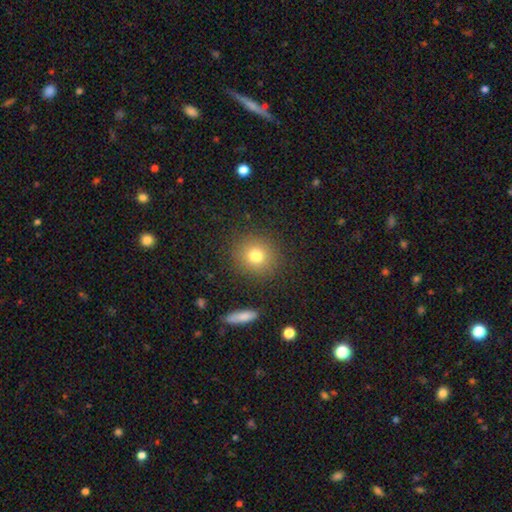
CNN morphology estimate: Overall: smooth (77%). How rounded: round (88%). Merging: none (88%).